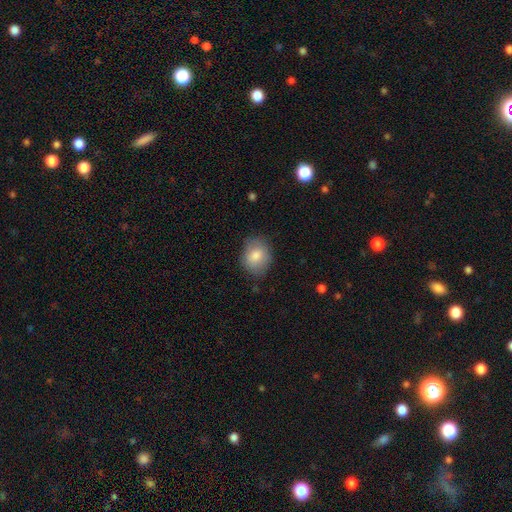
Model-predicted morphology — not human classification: A smooth galaxy with no disk features (81%) that is round (51%).

Vote fractions:
- Smooth or featured? smooth: 81% / featured or disk: 11% / star or artifact: 7%
- How rounded? round: 51% / in between: 48% / cigar-shaped: 1%
- Merging? none: 76% / minor disturbance: 19% / major disturbance: 4% / merger: 1%